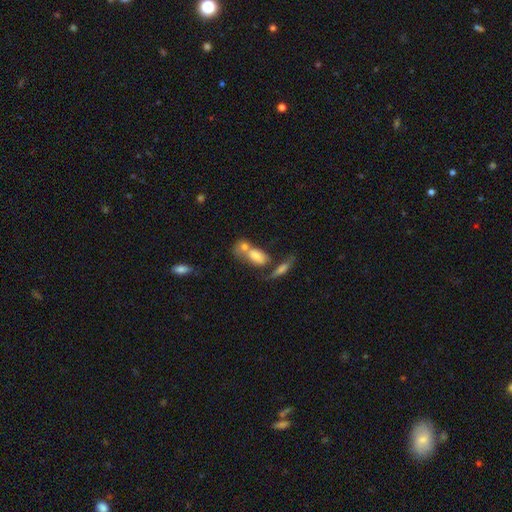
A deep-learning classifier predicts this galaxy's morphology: Overall: smooth (73%). How rounded: in between (85%). Merging: merger (49%; none 31%).